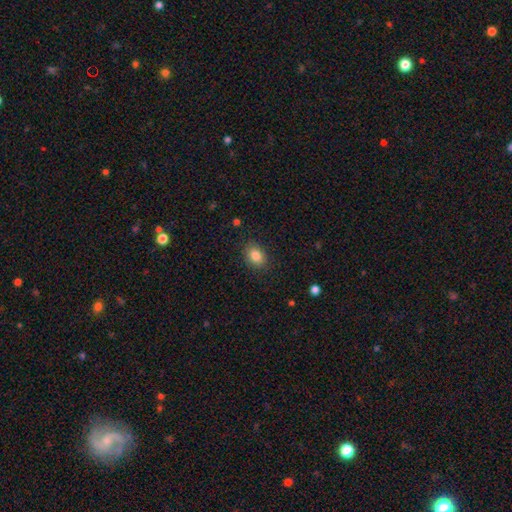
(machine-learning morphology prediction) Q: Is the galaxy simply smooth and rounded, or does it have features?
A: smooth — 84%.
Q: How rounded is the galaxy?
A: in between — 67%.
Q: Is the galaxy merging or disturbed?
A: none — 85%.